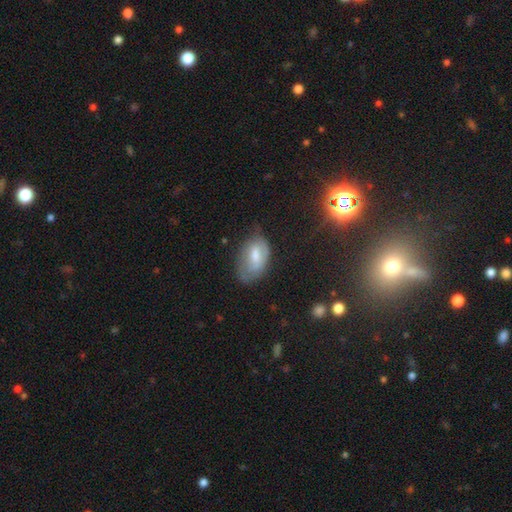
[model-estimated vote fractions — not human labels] Morphology: type=smooth (59%); roundness=in between (91%); merging=none (46%).